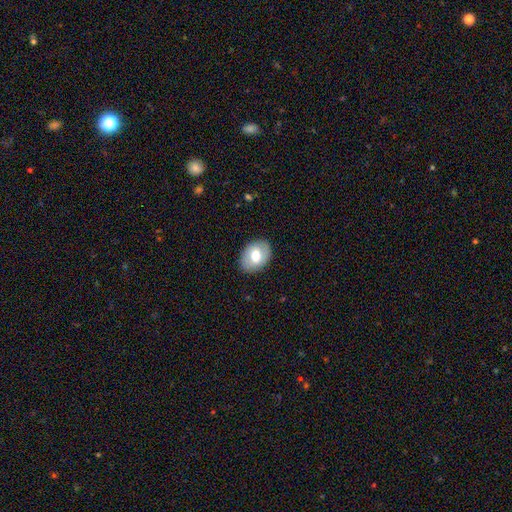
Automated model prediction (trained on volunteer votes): The model was most divided on "smooth or featured": smooth: 65%, featured or disk: 28%, star or artifact: 7%. More confident: merging — none (87%); how rounded — in between (76%).